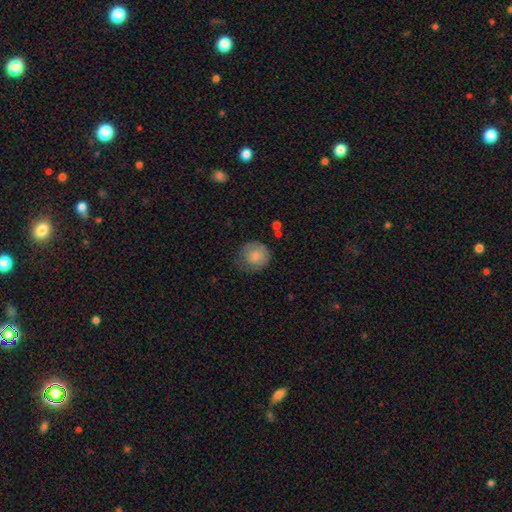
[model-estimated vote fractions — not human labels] Smooth or featured? smooth (78%)
How rounded? round (88%)
Merging? none (63%)